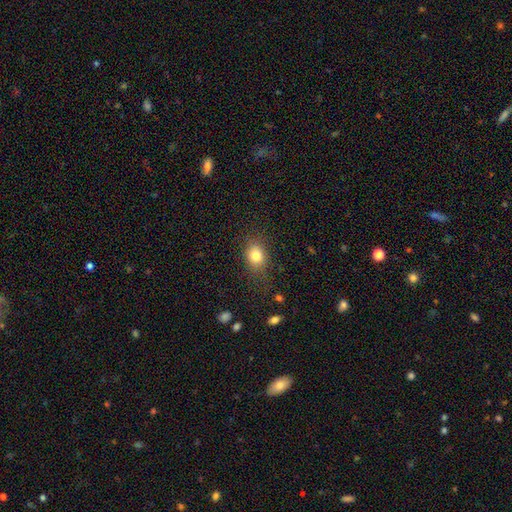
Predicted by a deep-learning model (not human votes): The model was most divided on "how rounded": in between: 55%, round: 43%, cigar-shaped: 1%. More confident: smooth or featured — smooth (80%); merging — none (78%).